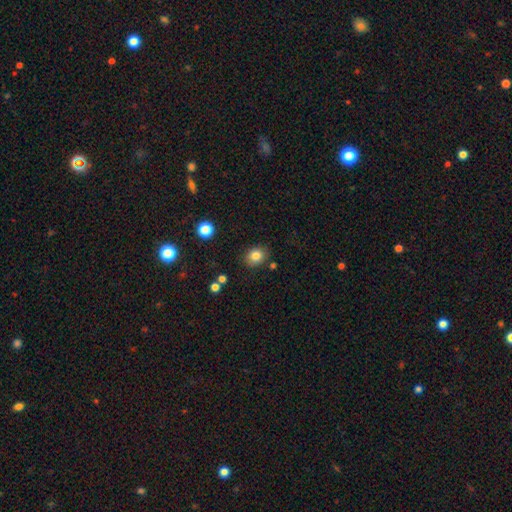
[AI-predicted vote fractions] smooth-or-featured: smooth: 82% | star or artifact: 10% | featured or disk: 8%
  how-rounded: round: 58% | in between: 41% | cigar-shaped: 1%
  merging: none: 83% | minor disturbance: 11% | merger: 3% | major disturbance: 3%